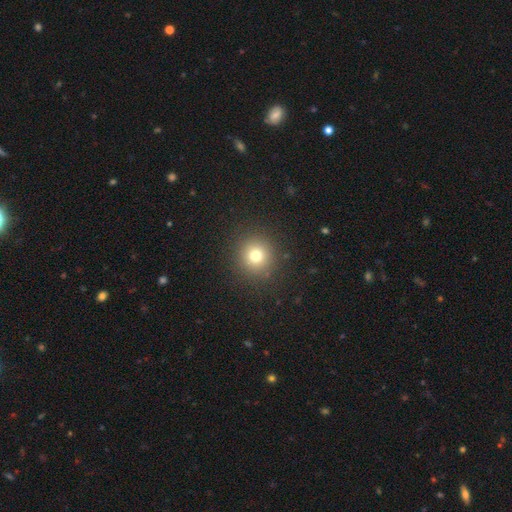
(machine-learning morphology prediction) A smooth galaxy with no disk features (76%) that is round (93%).

Vote fractions:
- Smooth or featured? smooth: 76% / star or artifact: 16% / featured or disk: 9%
- How rounded? round: 93% / in between: 6% / cigar-shaped: 1%
- Merging? none: 90% / minor disturbance: 6% / major disturbance: 3% / merger: 1%